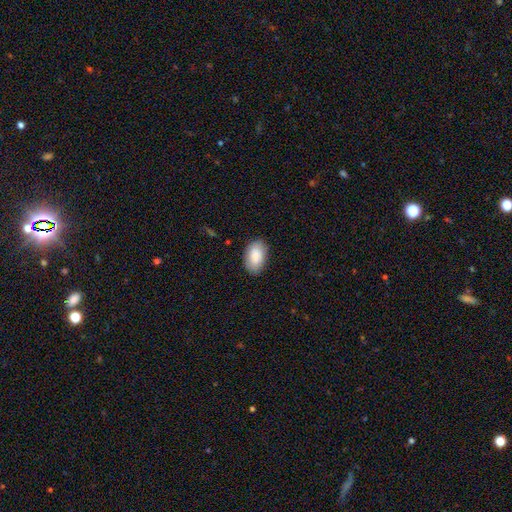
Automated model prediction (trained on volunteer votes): Overall: smooth (86%). How rounded: in between (93%). Merging: none (83%).